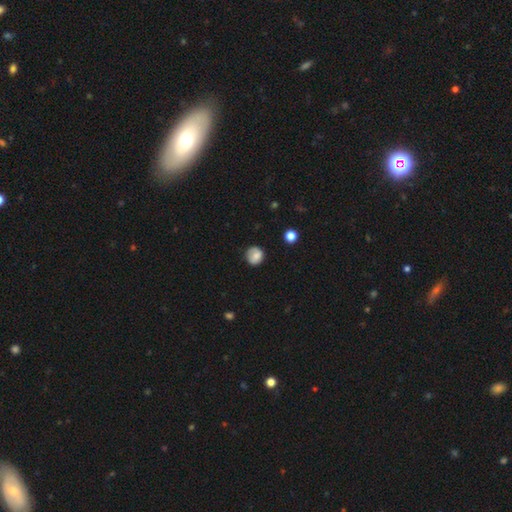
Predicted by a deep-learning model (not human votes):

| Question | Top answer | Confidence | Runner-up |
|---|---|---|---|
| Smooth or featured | smooth | 76% | featured or disk (15%) |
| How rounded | round | 82% | in between (17%) |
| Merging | none | 73% | minor disturbance (20%) |